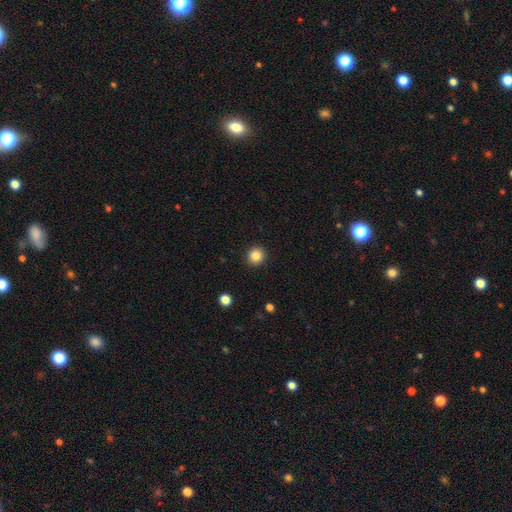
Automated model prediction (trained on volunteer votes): This is clearly a smooth galaxy (84%). How rounded: clearly round (91%). Merging: clearly none (92%).